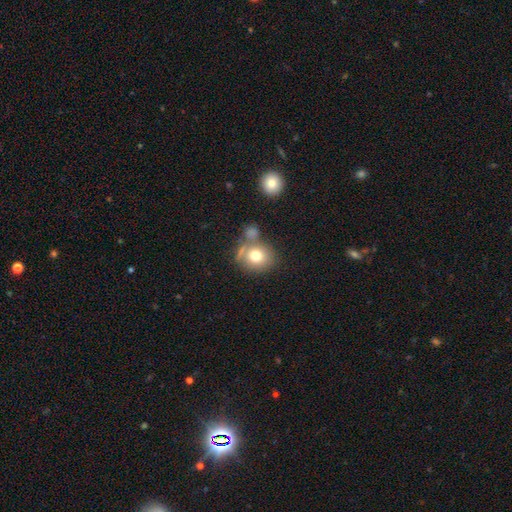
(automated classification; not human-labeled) A smooth galaxy with no disk features (74%) that is round (73%).

Vote fractions:
- Smooth or featured? smooth: 74% / featured or disk: 16% / star or artifact: 10%
- How rounded? round: 73% / in between: 26% / cigar-shaped: 1%
- Merging? none: 52% / merger: 24% / minor disturbance: 16% / major disturbance: 8%